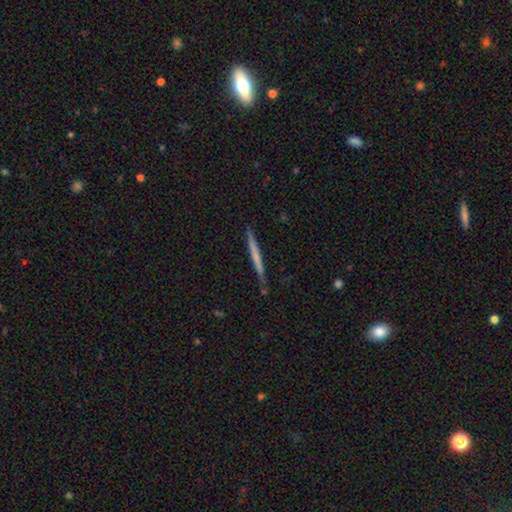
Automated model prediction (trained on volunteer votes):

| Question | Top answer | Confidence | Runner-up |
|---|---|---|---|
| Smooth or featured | smooth | 51% | featured or disk (44%) |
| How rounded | cigar-shaped | 97% | in between (2%) |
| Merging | none | 87% | minor disturbance (10%) |